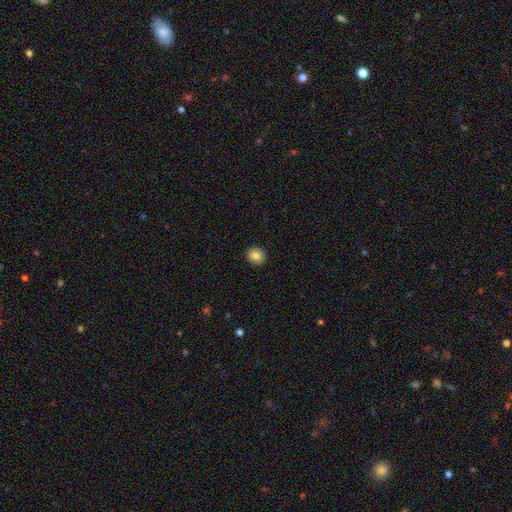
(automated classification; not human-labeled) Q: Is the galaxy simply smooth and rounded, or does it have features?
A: smooth — 83%.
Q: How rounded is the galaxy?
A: round — 79%.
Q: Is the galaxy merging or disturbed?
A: none — 92%.